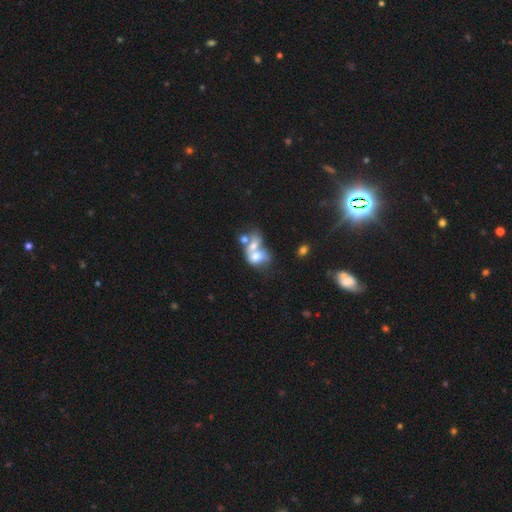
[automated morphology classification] smooth_or_featured: smooth (p=0.52) [alt: featured or disk p=0.36]
how_rounded: in between (p=0.71) [alt: round p=0.28]
merging: merger (p=0.70) [alt: major disturbance p=0.12]